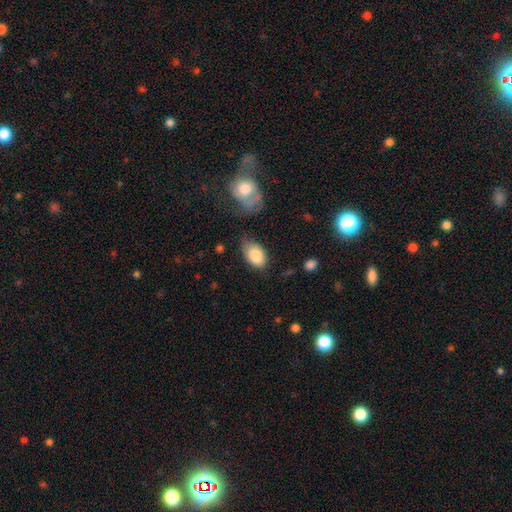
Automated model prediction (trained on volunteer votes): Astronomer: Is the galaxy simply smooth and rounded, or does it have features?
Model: smooth — 84%.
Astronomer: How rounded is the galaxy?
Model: in between — 90%.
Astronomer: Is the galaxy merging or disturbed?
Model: none — 61%.